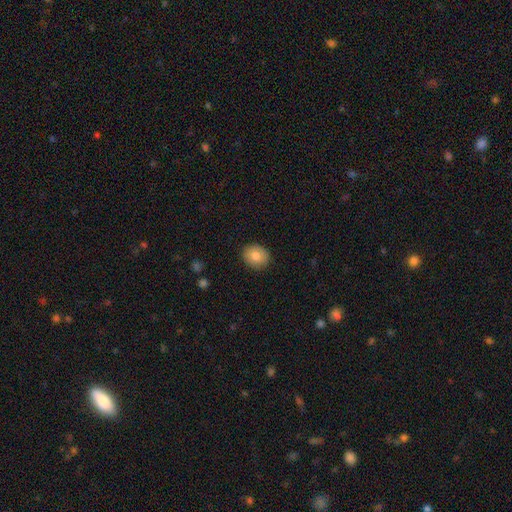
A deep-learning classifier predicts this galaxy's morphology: Overall: smooth (83%). How rounded: round (53%; in between 46%). Merging: none (89%).